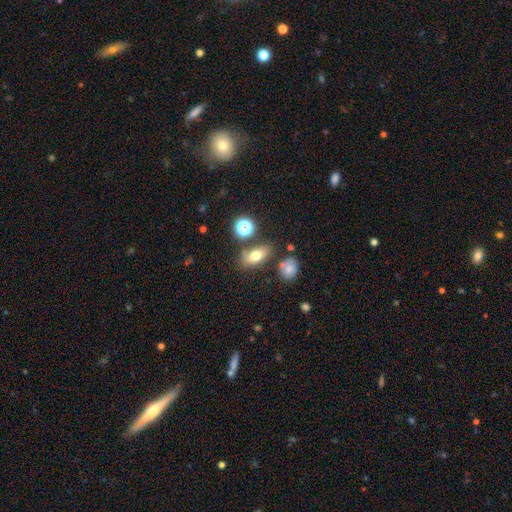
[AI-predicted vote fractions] Q: Smooth or featured?
A: smooth (69%); runner-up: featured or disk (16%)
Q: How rounded?
A: in between (79%); runner-up: round (12%)
Q: Merging?
A: none (74%); runner-up: minor disturbance (13%)